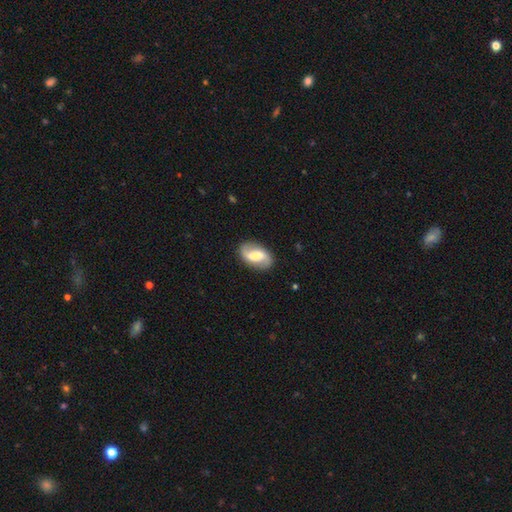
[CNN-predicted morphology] This is likely a featured or disk galaxy (67%). It is clearly not viewed edge-on (96%). Bar: possibly weak (46%). Spiral arm pattern: clearly yes (90%). Spiral arm count: clearly 2 (91%). Spiral winding: likely loose (61%). Central bulge: marginally moderate (37%). Merging: clearly none (84%).